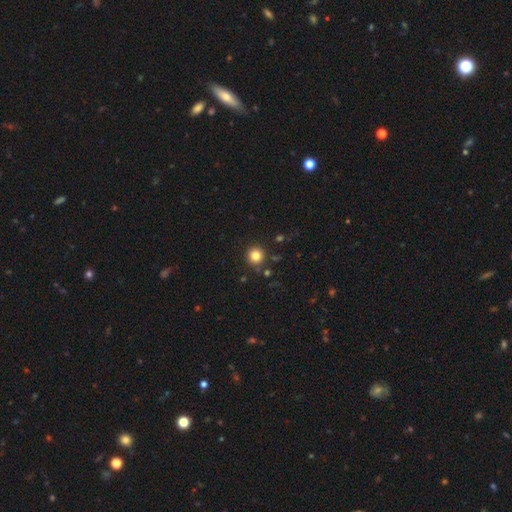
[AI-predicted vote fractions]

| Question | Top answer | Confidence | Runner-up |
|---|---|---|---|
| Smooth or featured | smooth | 82% | star or artifact (12%) |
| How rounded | round | 94% | in between (5%) |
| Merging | none | 88% | minor disturbance (7%) |